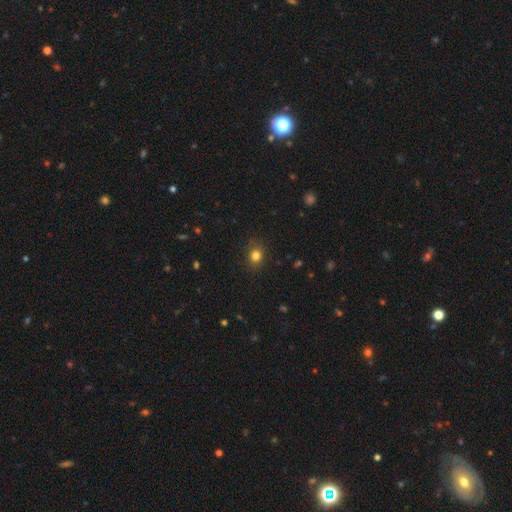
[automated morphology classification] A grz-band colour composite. It shows a smooth galaxy with no disk features (81%) that is round (67%). Merging: none (87%).